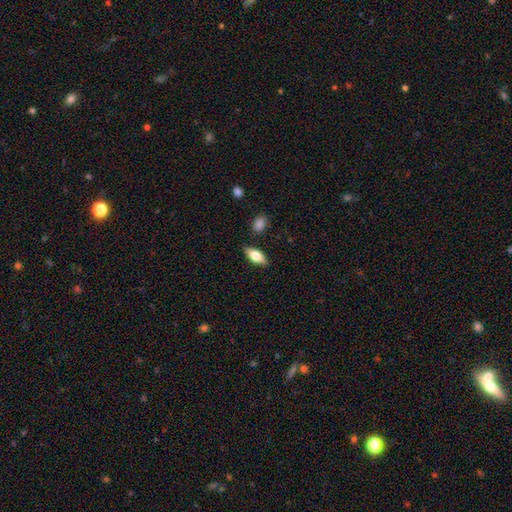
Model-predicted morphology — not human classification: Smooth or featured? Predicted: smooth (p=0.60). How rounded? Predicted: in between (p=0.79). Merging? Predicted: none (p=0.83).